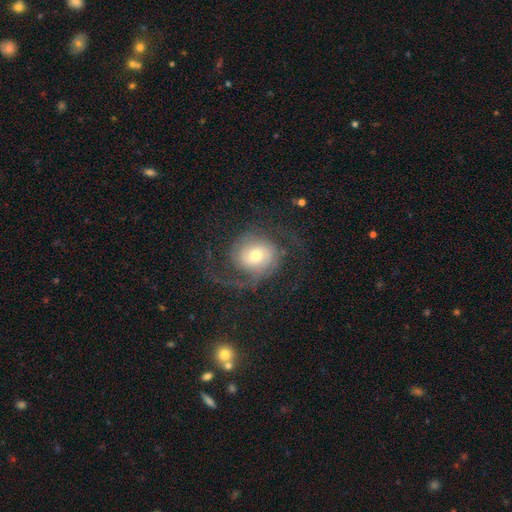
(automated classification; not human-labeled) Smooth or featured? Predicted: featured or disk (p=0.76). Edge-on disk? Predicted: no (p=0.97). Bar? Predicted: no (p=0.67). Spiral arms? Predicted: yes (p=0.93). Spiral winding? Predicted: medium (p=0.44). Spiral arm count? Predicted: 2 (p=0.71). Bulge size? Predicted: moderate (p=0.54). Merging? Predicted: none (p=0.63).